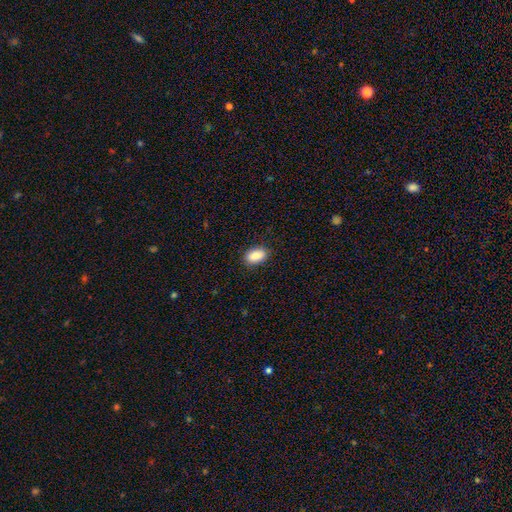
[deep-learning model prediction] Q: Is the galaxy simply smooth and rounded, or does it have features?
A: smooth — 87%.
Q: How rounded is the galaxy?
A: in between — 91%.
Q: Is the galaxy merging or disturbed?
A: none — 88%.